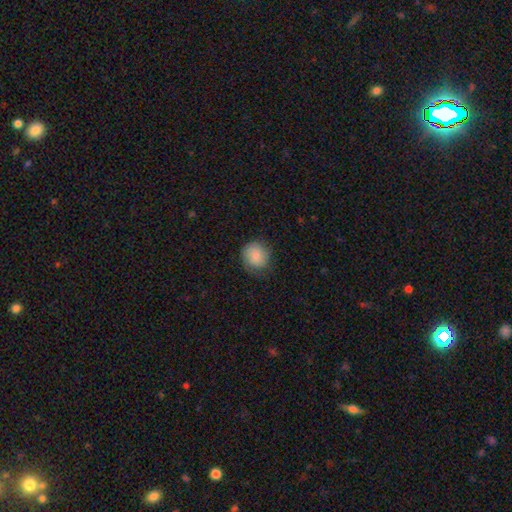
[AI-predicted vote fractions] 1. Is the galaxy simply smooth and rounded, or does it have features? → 81% smooth, 12% featured or disk, 7% star or artifact.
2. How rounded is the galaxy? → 83% round, 16% in between, 1% cigar-shaped.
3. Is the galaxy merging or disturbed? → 69% none, 23% minor disturbance, 7% major disturbance, 1% merger.